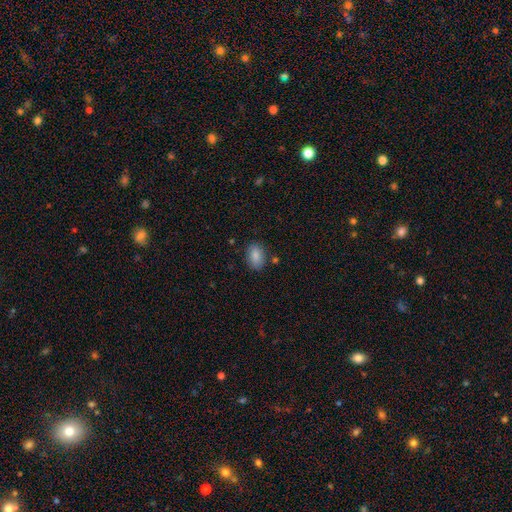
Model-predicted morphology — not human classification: Smooth or featured? Predicted: smooth (p=0.86). How rounded? Predicted: in between (p=0.88). Merging? Predicted: none (p=0.83).